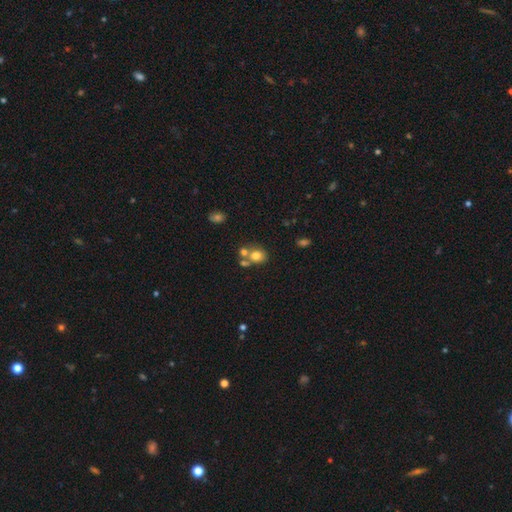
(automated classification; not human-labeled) A smooth galaxy with no disk features (75%) that is round (60%). Merging: none (47%).